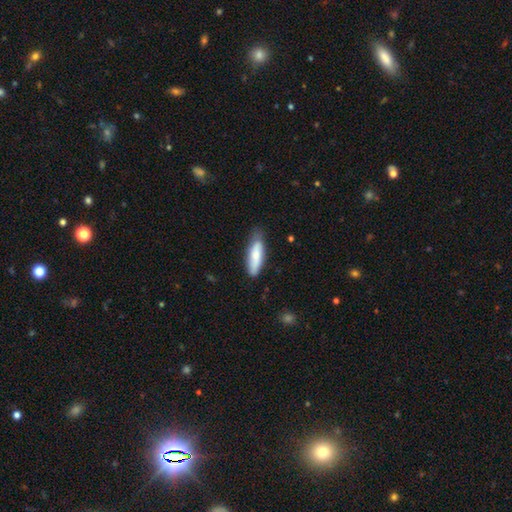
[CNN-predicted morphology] smooth_or_featured: smooth (p=0.72) [alt: featured or disk p=0.23]
how_rounded: cigar-shaped (p=0.52) [alt: in between p=0.46]
merging: none (p=0.68) [alt: minor disturbance p=0.26]